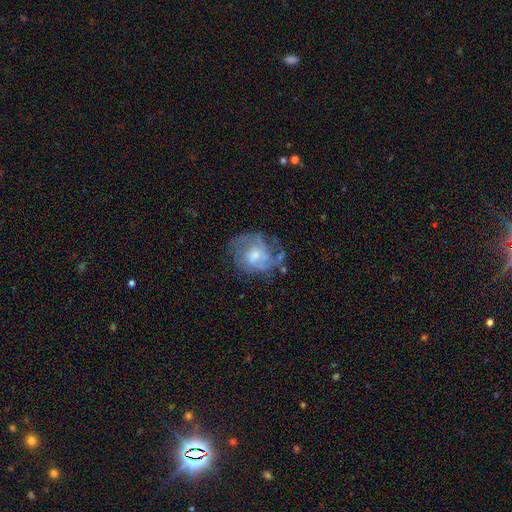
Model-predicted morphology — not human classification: A featured or disk galaxy (68%) with no bar (57%), spiral arms (74%) and a moderate central bulge (44%). Merging: none (44%).